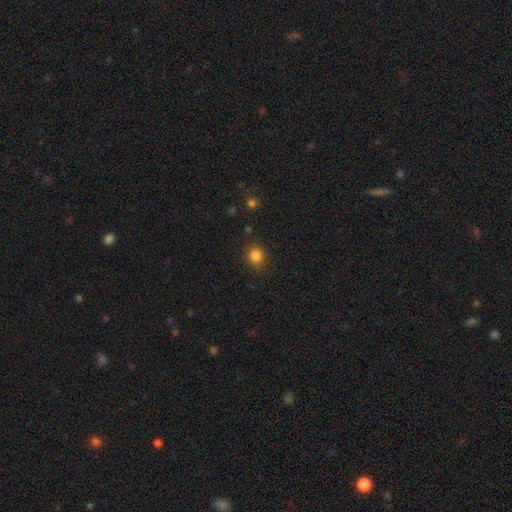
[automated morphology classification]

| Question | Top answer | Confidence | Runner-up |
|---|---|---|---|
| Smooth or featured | smooth | 84% | star or artifact (12%) |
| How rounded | round | 84% | in between (15%) |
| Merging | none | 86% | minor disturbance (9%) |